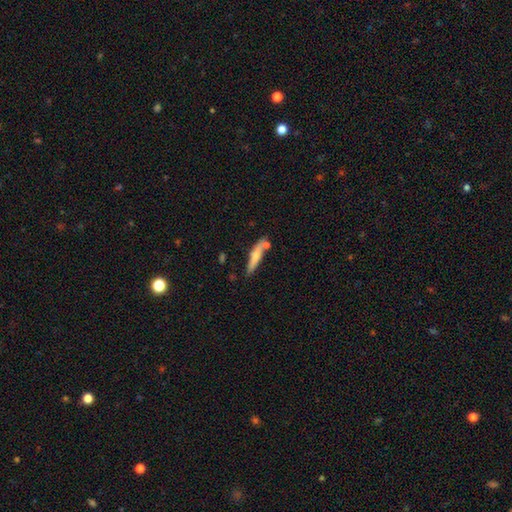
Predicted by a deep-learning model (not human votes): Smooth or featured? smooth (60%)
How rounded? cigar-shaped (85%)
Merging? none (68%)